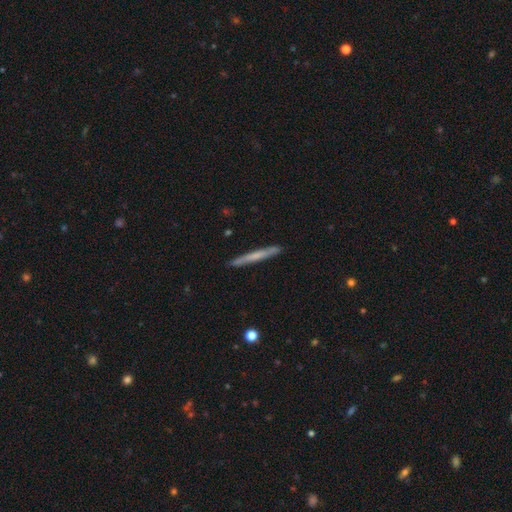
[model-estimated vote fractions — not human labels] Smooth or featured? Predicted: smooth (p=0.52). How rounded? Predicted: cigar-shaped (p=0.97). Merging? Predicted: none (p=0.89).